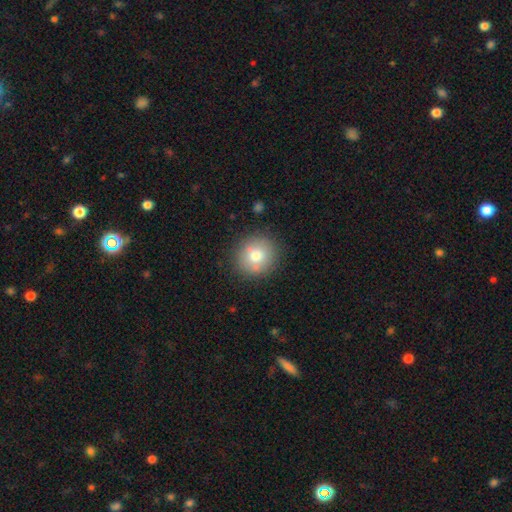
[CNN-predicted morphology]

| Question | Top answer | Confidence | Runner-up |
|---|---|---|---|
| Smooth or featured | smooth | 76% | featured or disk (14%) |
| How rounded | round | 91% | in between (8%) |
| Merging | none | 86% | minor disturbance (9%) |